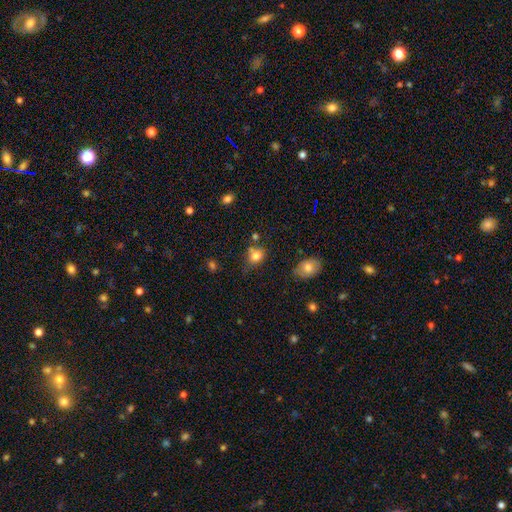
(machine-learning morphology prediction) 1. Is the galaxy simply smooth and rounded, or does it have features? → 80% smooth, 12% star or artifact, 9% featured or disk.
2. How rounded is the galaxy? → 58% round, 40% in between, 1% cigar-shaped.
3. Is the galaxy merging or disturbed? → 57% none, 23% minor disturbance, 14% merger, 7% major disturbance.